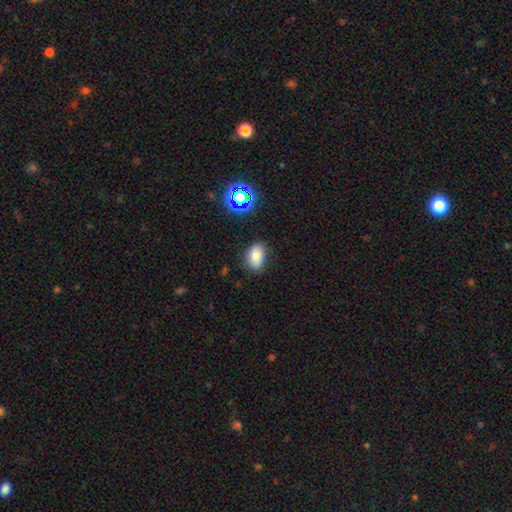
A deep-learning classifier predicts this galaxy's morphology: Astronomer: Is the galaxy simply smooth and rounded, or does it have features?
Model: smooth — 75%.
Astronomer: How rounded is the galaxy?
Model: in between — 82%.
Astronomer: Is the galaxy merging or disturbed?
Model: none — 78%.